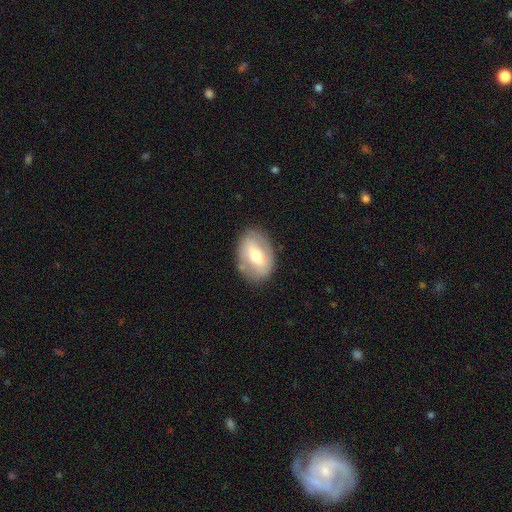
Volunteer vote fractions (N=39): Volunteers were most divided on "smooth or featured": featured or disk: 51%, smooth: 38%, star or artifact: 10%. More confident: edge-on disk — no (85%); bulge size — moderate (76%); merging — none (74%); bar — strong (65%); spiral arm count — 2 (60%); spiral arms — yes (59%); spiral winding — medium (50%).